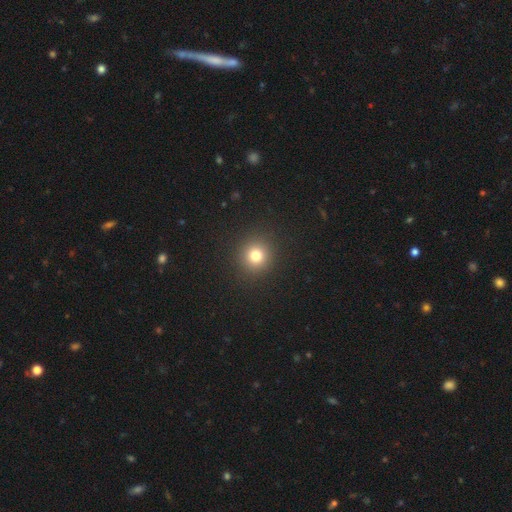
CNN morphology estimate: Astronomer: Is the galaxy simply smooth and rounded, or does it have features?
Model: smooth — 79%.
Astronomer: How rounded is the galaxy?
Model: round — 93%.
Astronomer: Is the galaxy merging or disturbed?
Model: none — 91%.